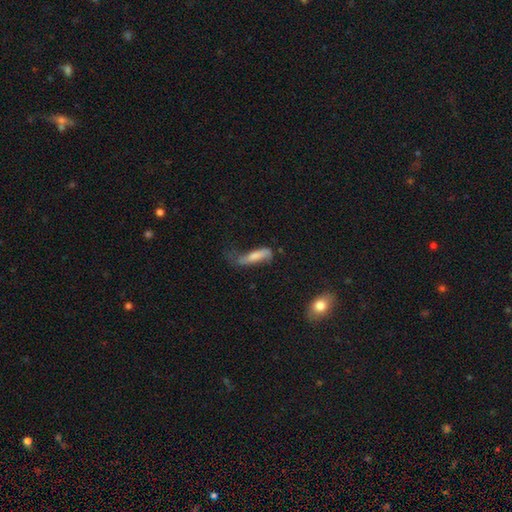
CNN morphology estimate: The model was most divided on "merging": none: 36%, minor disturbance: 32%, major disturbance: 28%, merger: 4%. More confident: smooth or featured — smooth (70%); how rounded — cigar-shaped (64%).